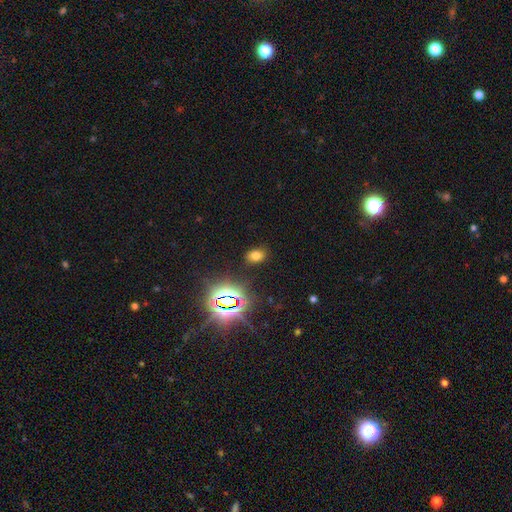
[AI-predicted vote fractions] Morphology: type=smooth (65%); roundness=in between (77%); merging=none (83%).